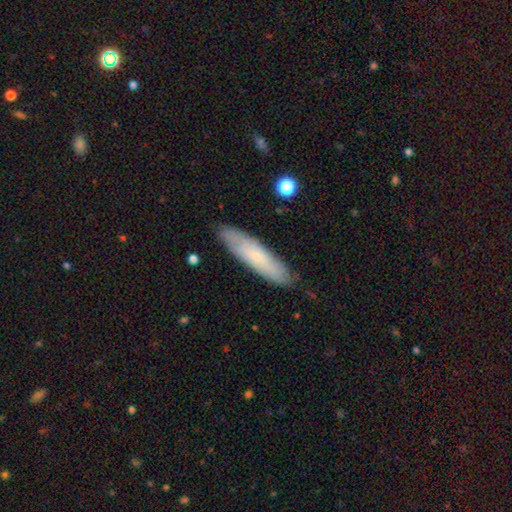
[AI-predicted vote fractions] Smooth or featured? smooth (60%)
How rounded? cigar-shaped (74%)
Merging? none (85%)